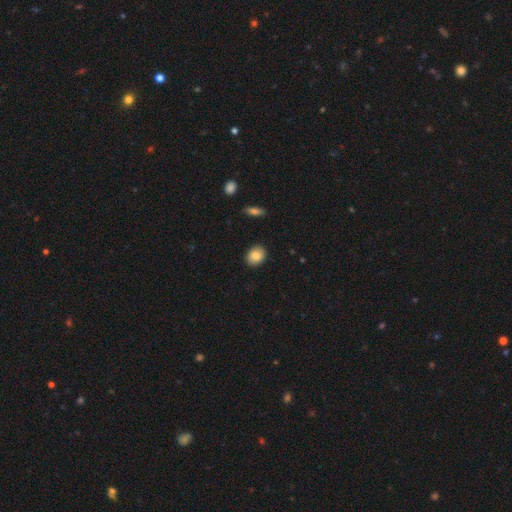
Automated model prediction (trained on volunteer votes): smooth_or_featured: smooth (p=0.84) [alt: star or artifact p=0.08]
how_rounded: round (p=0.53) [alt: in between p=0.46]
merging: none (p=0.90) [alt: minor disturbance p=0.07]